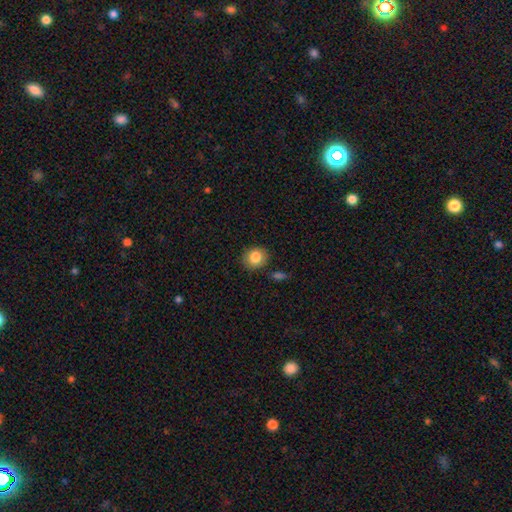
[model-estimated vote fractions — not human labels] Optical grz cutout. It shows a smooth galaxy with no disk features (83%) that is round (66%). Merging: none (84%).